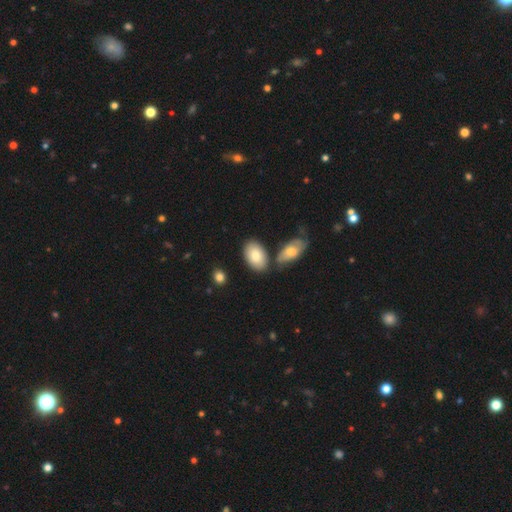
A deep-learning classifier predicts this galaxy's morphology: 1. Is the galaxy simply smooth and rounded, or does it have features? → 81% smooth, 13% featured or disk, 6% star or artifact.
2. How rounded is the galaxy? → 93% in between, 5% round, 2% cigar-shaped.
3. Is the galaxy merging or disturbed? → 69% none, 15% merger, 13% minor disturbance, 3% major disturbance.